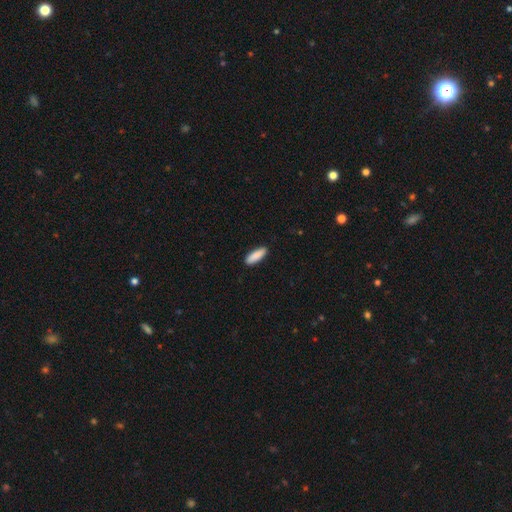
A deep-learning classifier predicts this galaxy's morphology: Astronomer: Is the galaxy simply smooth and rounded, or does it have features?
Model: smooth — 90%.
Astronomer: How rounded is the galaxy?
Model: in between — 54% (runner-up: cigar-shaped, 44%).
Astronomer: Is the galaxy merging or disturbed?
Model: none — 90%.